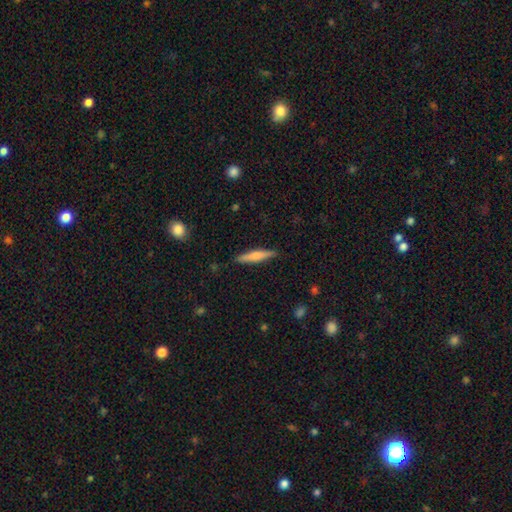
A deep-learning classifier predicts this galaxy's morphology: Smooth or featured?
  - smooth: 60% *
  - featured or disk: 34%
  - star or artifact: 6%
How rounded?
  - cigar-shaped: 89% *
  - in between: 9%
  - round: 2%
Merging?
  - none: 89% *
  - minor disturbance: 8%
  - major disturbance: 2%
  - merger: 1%